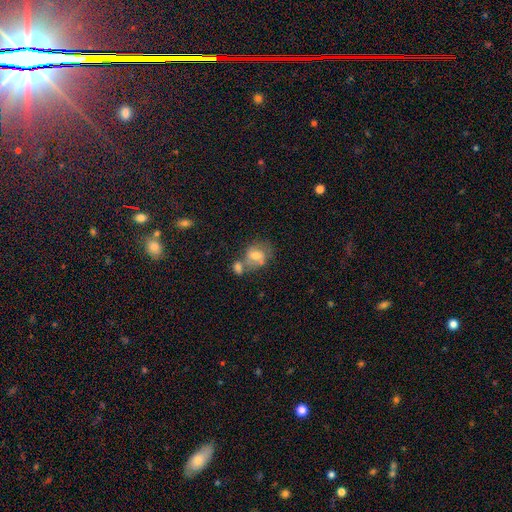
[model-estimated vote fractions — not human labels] Morphology: type=smooth (58%); roundness=round (50%); merging=merger (40%).